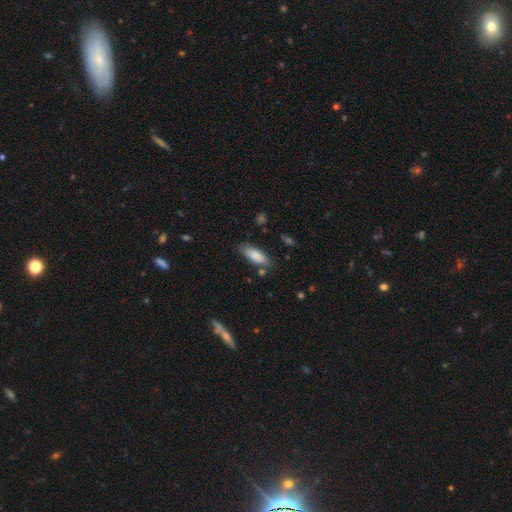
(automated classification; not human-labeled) A smooth galaxy with no disk features (85%) that is in between round and cigar-shaped (71%).

Vote fractions:
- Smooth or featured? smooth: 85% / featured or disk: 9% / star or artifact: 6%
- How rounded? in between: 71% / cigar-shaped: 27% / round: 2%
- Merging? none: 79% / minor disturbance: 14% / merger: 4% / major disturbance: 3%